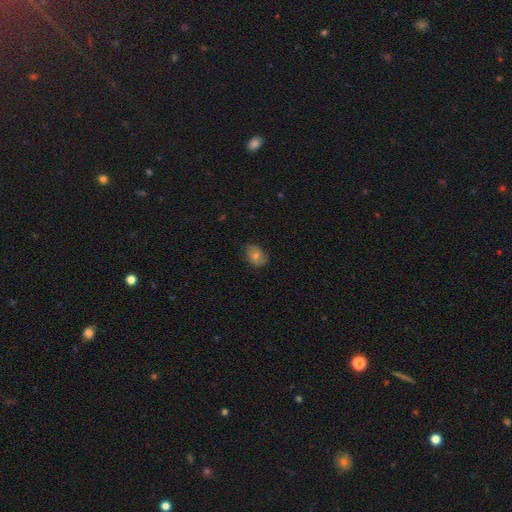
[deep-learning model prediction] The model was most divided on "how rounded": in between: 60%, round: 39%, cigar-shaped: 1%. More confident: merging — none (76%); smooth or featured — smooth (58%).